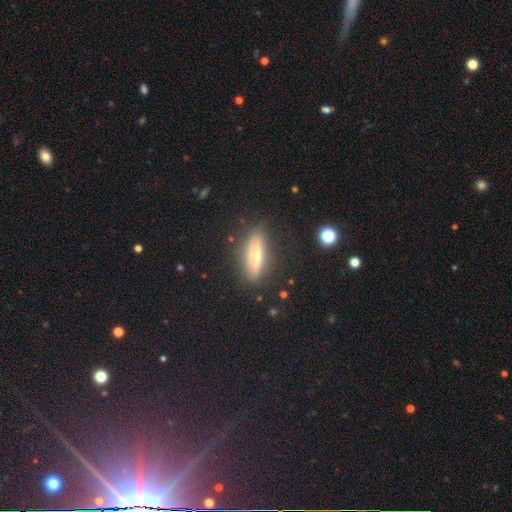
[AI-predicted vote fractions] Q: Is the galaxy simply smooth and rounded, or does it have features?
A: featured or disk — 52%.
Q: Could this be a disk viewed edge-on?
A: yes — 84%.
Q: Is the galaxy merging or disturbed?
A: none — 81%.